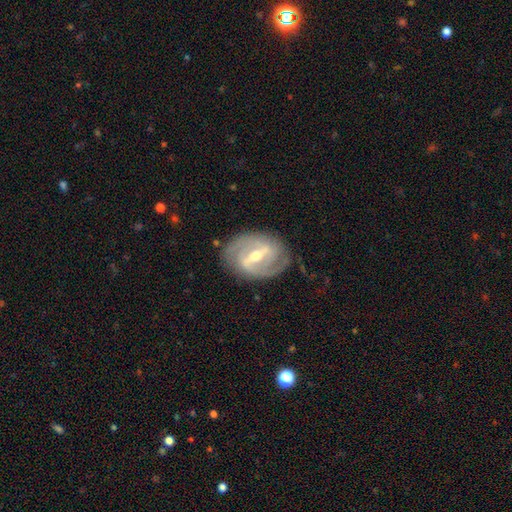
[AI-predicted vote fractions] Smooth or featured?
  - featured or disk: 87% *
  - smooth: 8%
  - star or artifact: 5%
Edge-on disk?
  - no: 95% *
  - yes: 5%
Bar?
  - strong: 60% *
  - weak: 33%
  - no: 7%
Spiral arms?
  - yes: 94% *
  - no: 6%
Spiral winding?
  - tight: 47% *
  - medium: 41%
  - loose: 12%
Spiral arm count?
  - 2: 80% *
  - can't tell: 8%
  - 3: 7%
  - 1: 2%
  - 4: 2%
  - more than 4: 1%
Bulge size?
  - moderate: 61% *
  - small: 35%
  - large: 3%
  - none: 1%
  - dominant: 1%
Merging?
  - none: 80% *
  - minor disturbance: 14%
  - major disturbance: 5%
  - merger: 1%